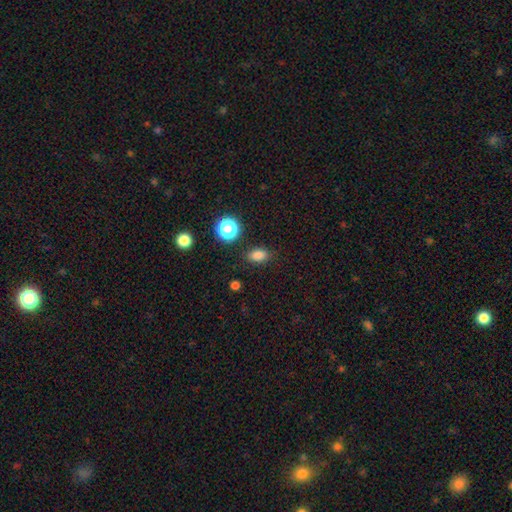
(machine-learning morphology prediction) Smooth or featured? Predicted: smooth (p=0.81). How rounded? Predicted: in between (p=0.74). Merging? Predicted: none (p=0.86).